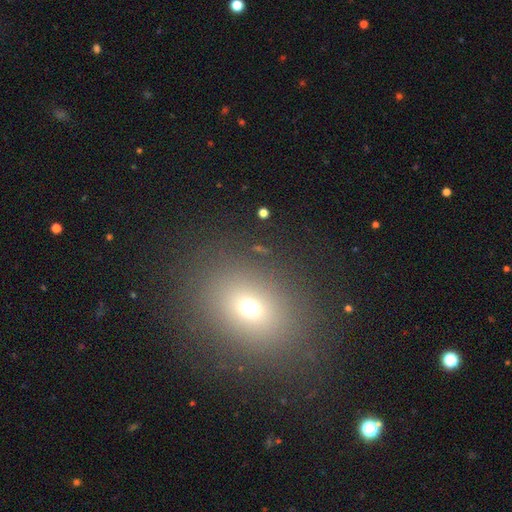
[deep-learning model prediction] Smooth or featured: smooth — 61% (star or artifact — 27%)
How rounded: in between — 51% (round — 48%)
Merging: none — 87% (minor disturbance — 8%)